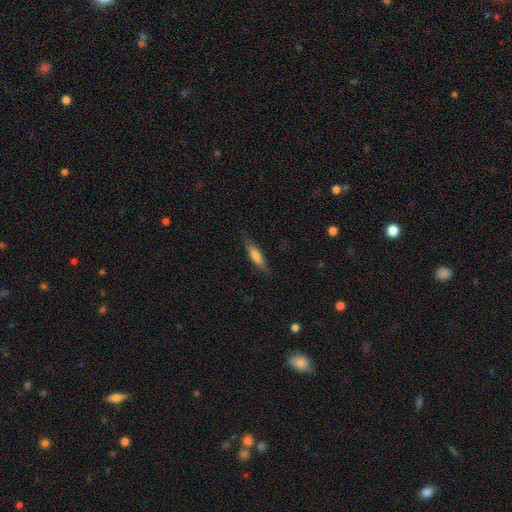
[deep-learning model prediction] smooth_or_featured: smooth (p=0.75) [alt: featured or disk p=0.19]
how_rounded: cigar-shaped (p=0.68) [alt: in between p=0.31]
merging: none (p=0.80) [alt: minor disturbance p=0.15]